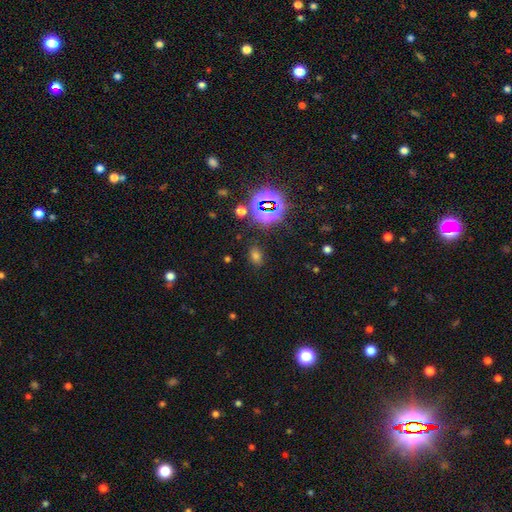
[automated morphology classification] The model was most divided on "smooth or featured": smooth: 60%, star or artifact: 33%, featured or disk: 7%. More confident: merging — none (83%); how rounded — in between (77%).